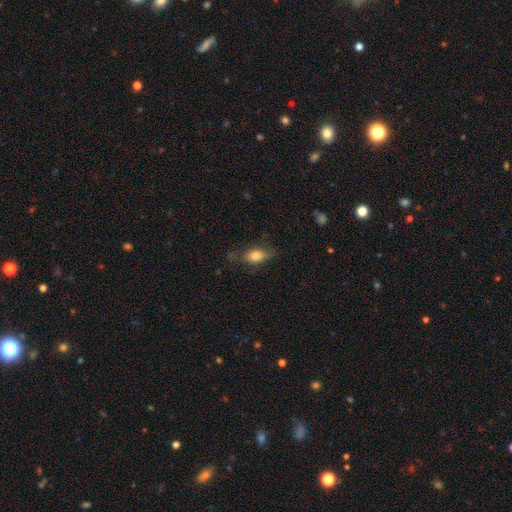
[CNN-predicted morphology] Overall: smooth (78%). How rounded: in between (85%). Merging: none (63%; minor disturbance 24%).